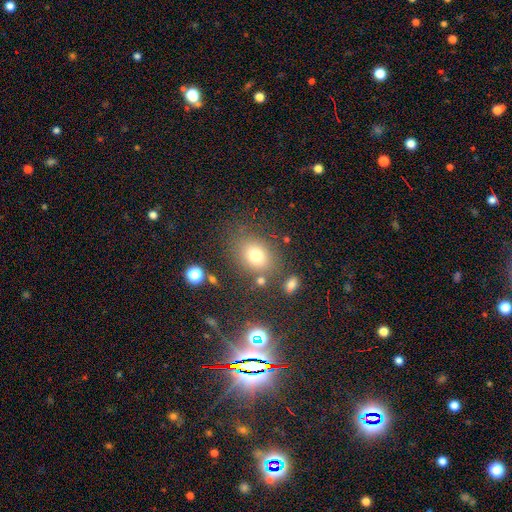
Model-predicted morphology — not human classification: type=smooth (74%); roundness=in between (50%); merging=none (74%).